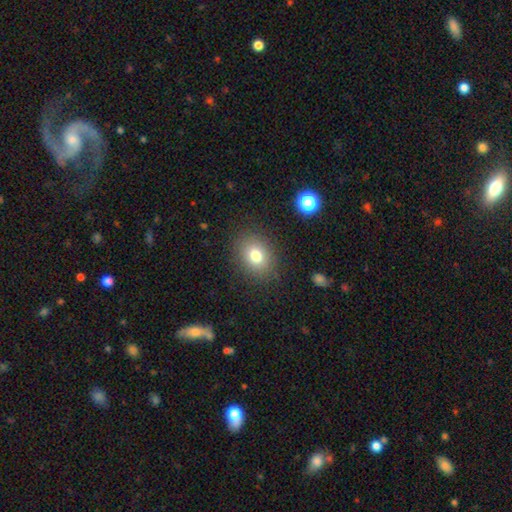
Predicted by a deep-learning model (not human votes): Smooth or featured? Predicted: smooth (p=0.77). How rounded? Predicted: in between (p=0.54). Merging? Predicted: none (p=0.85).